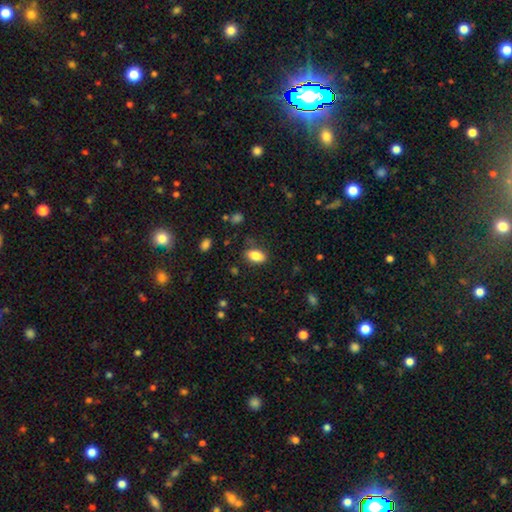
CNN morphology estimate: Smooth or featured: smooth — 85% (star or artifact — 8%)
How rounded: in between — 90% (round — 6%)
Merging: none — 80% (minor disturbance — 15%)